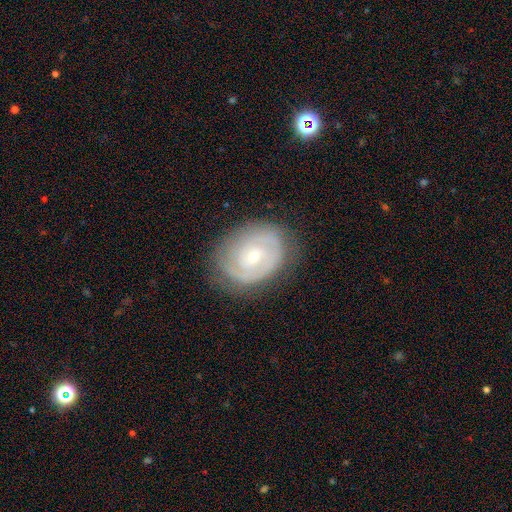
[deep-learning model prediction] Overall: featured or disk (74%). Edge-on disk: no (96%). Bar: no (67%). Spiral arms: yes (80%). Spiral arm count: 2 (42%; can't tell 35%). Spiral winding: tight (71%). Bulge size: small (58%; moderate 38%). Merging: none (77%).